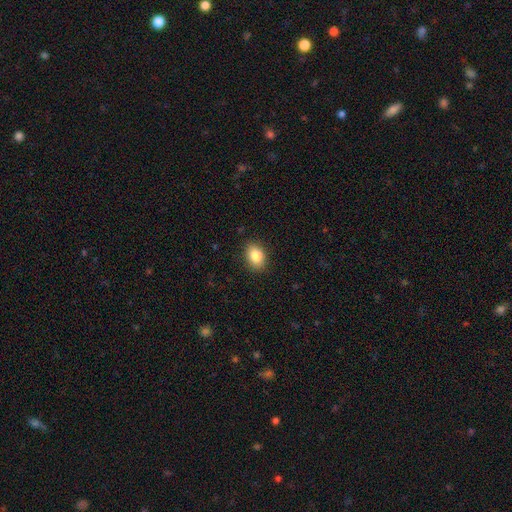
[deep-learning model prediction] Smooth or featured? Predicted: smooth (p=0.85). How rounded? Predicted: in between (p=0.71). Merging? Predicted: none (p=0.87).